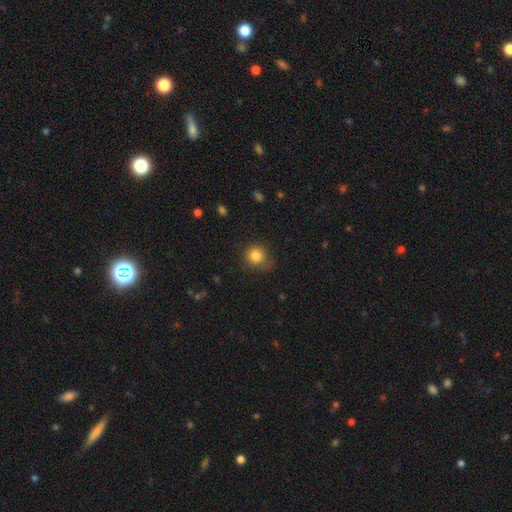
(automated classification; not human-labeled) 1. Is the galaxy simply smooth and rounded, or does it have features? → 83% smooth, 10% star or artifact, 6% featured or disk.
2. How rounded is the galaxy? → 88% round, 12% in between, 1% cigar-shaped.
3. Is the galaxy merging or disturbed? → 67% none, 23% minor disturbance, 8% major disturbance, 2% merger.